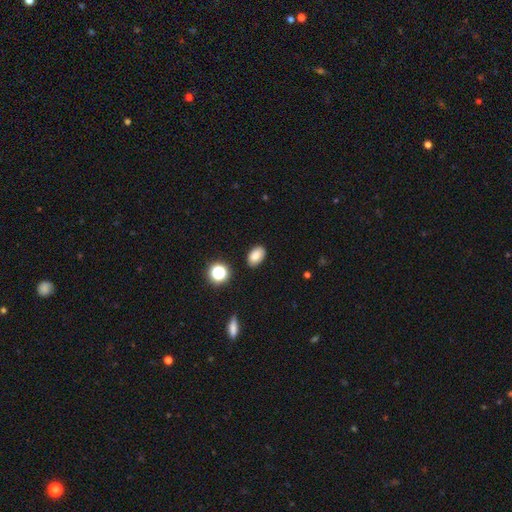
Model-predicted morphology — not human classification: Q: Smooth or featured?
A: smooth (83%); runner-up: star or artifact (11%)
Q: How rounded?
A: in between (87%); runner-up: round (12%)
Q: Merging?
A: none (87%); runner-up: minor disturbance (10%)